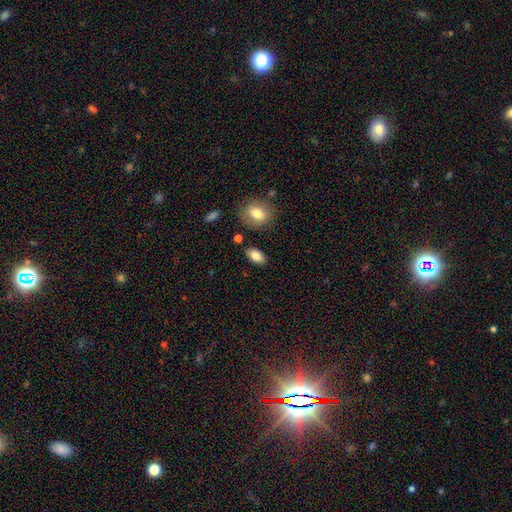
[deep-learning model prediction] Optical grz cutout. It shows a smooth galaxy with no disk features (82%) that is in between round and cigar-shaped (90%). Merging: none (84%).